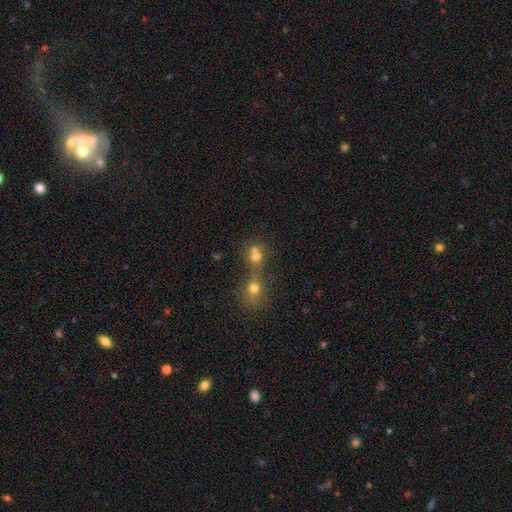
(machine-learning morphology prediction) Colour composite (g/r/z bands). It shows a smooth galaxy with no disk features (69%) that is round (76%). Merging: merger (62%).